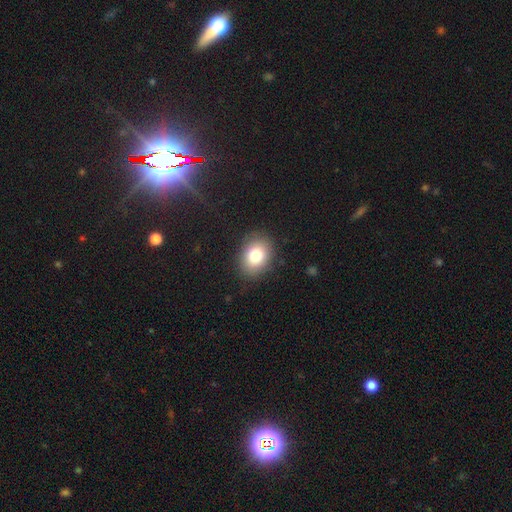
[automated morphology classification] This appears to be a smooth galaxy with no disk features (80%) that is in between round and cigar-shaped (64%). Merging: none (86%).